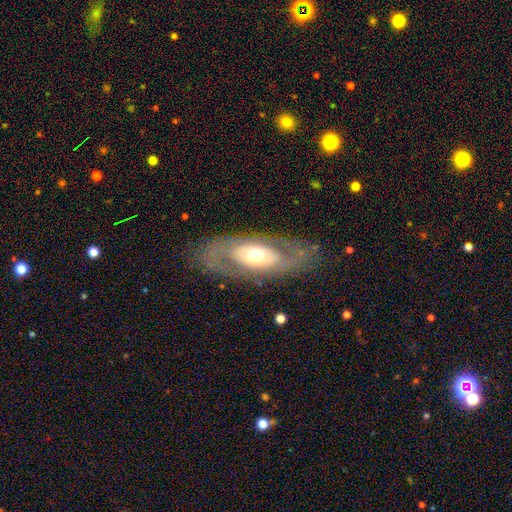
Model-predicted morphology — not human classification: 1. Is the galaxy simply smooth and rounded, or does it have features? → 61% featured or disk, 33% smooth, 6% star or artifact.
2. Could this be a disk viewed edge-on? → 84% no, 16% yes.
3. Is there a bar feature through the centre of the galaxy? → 82% no, 12% weak, 6% strong.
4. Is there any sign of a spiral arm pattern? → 71% no, 29% yes.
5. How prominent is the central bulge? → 59% moderate, 29% large, 7% small, 4% dominant, 1% none.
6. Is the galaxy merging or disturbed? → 77% none, 13% minor disturbance, 9% major disturbance, 1% merger.